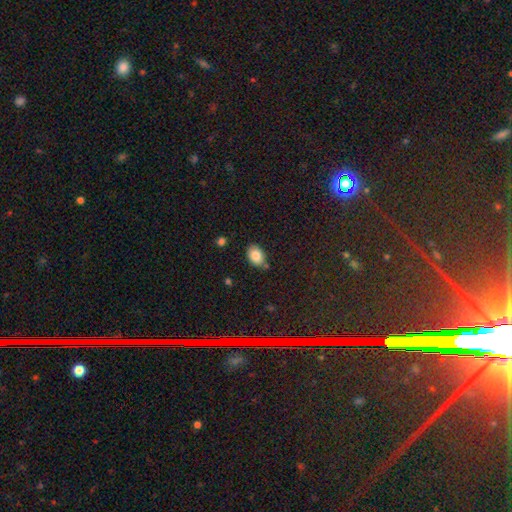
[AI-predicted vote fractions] A smooth galaxy with no disk features (83%) that is in between round and cigar-shaped (80%). Merging: none (77%).